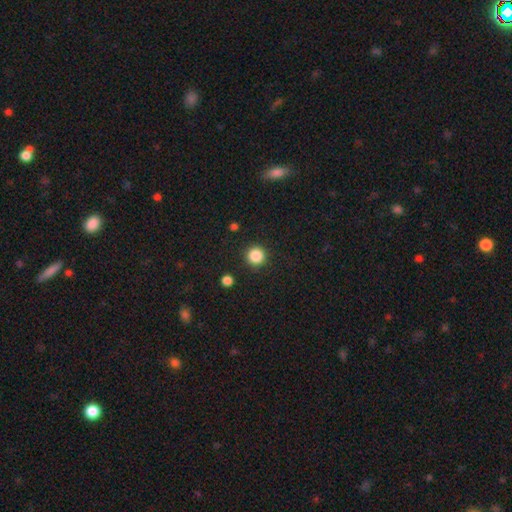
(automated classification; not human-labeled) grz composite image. It shows a smooth galaxy with no disk features (86%) that is round (95%). Merging: none (90%).